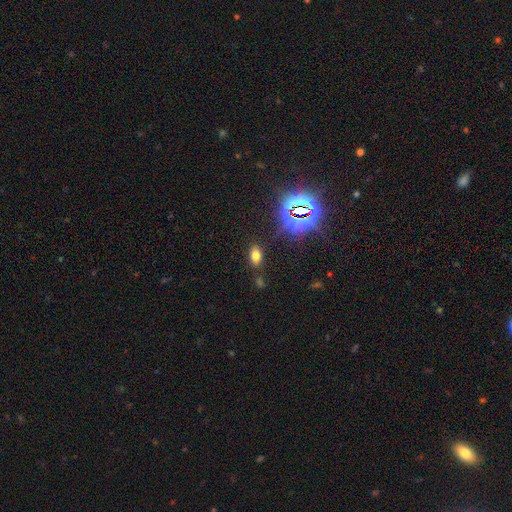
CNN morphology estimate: Overall: smooth (64%; star or artifact 27%). How rounded: in between (88%). Merging: none (84%).